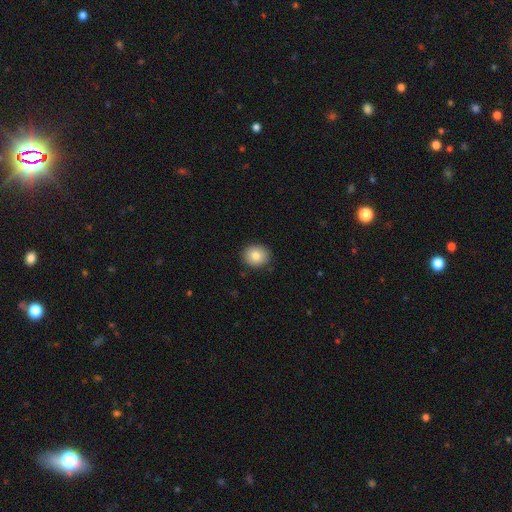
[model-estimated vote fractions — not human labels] Overall: smooth (81%). How rounded: round (71%). Merging: none (89%).